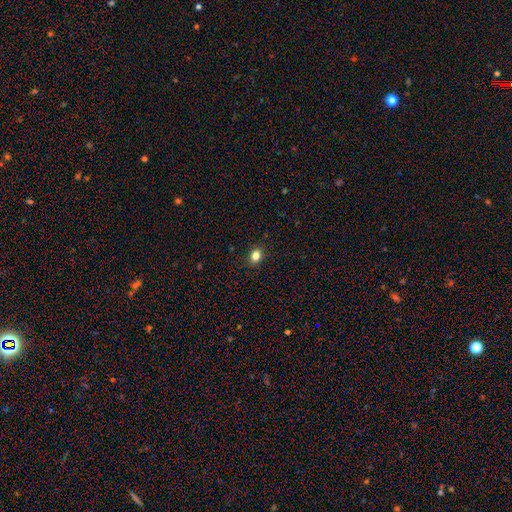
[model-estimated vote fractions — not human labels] Smooth or featured: smooth — 83% (star or artifact — 12%)
How rounded: in between — 55% (round — 44%)
Merging: none — 90% (minor disturbance — 7%)